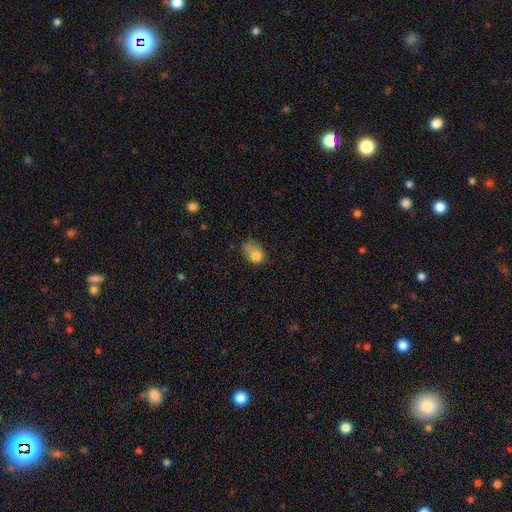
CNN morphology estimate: Smooth or featured? smooth (77%)
How rounded? in between (67%)
Merging? minor disturbance (37%)